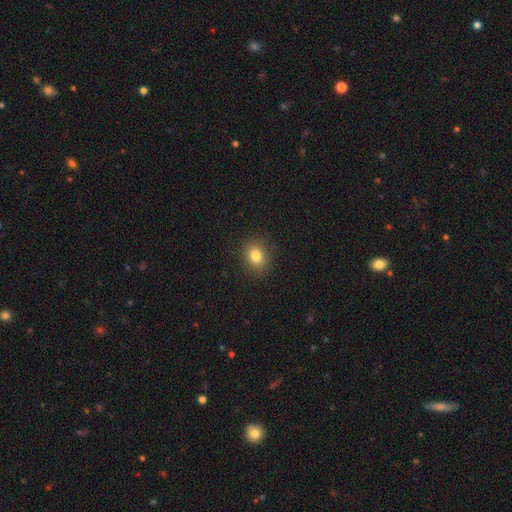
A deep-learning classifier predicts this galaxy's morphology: smooth_or_featured: smooth (p=0.81) [alt: star or artifact p=0.12]
how_rounded: round (p=0.57) [alt: in between p=0.42]
merging: none (p=0.89) [alt: minor disturbance p=0.08]